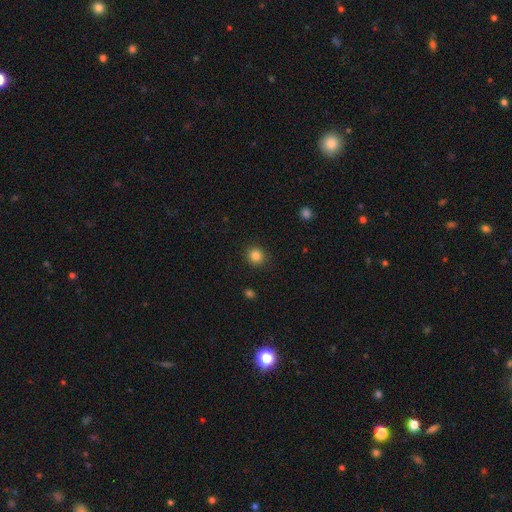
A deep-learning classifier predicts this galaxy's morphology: smooth_or_featured: smooth (p=0.84) [alt: star or artifact p=0.11]
how_rounded: round (p=0.90) [alt: in between p=0.09]
merging: none (p=0.90) [alt: minor disturbance p=0.07]